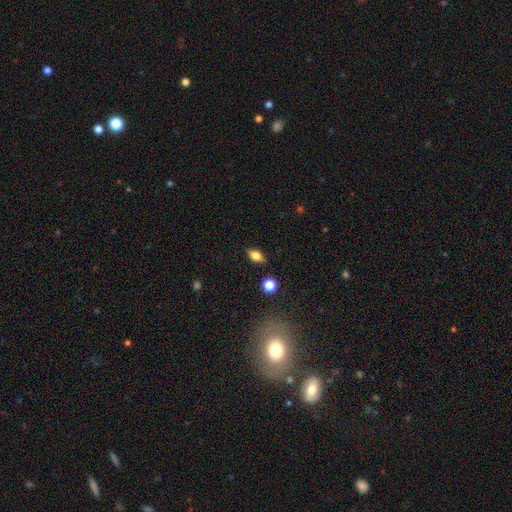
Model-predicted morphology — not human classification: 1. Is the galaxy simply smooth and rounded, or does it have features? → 67% smooth, 22% featured or disk, 10% star or artifact.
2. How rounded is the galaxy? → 79% in between, 11% round, 10% cigar-shaped.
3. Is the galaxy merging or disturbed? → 85% none, 10% minor disturbance, 3% major disturbance, 2% merger.